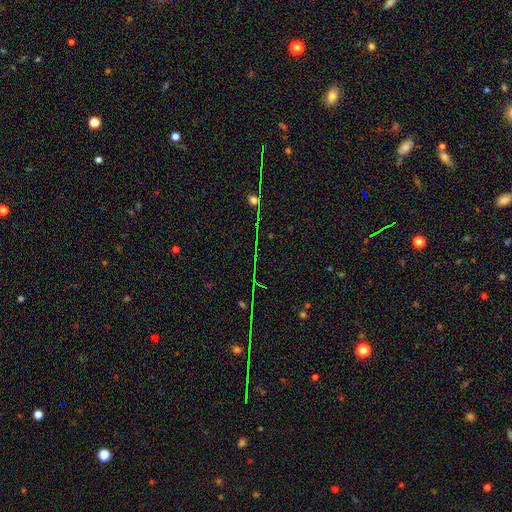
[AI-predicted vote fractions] This is likely a star or artifact rather than a galaxy (78%).